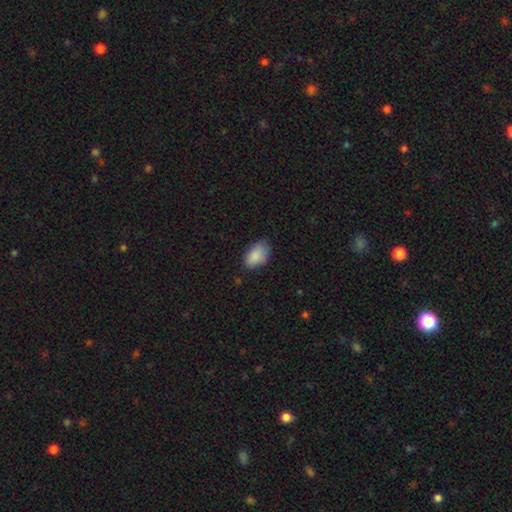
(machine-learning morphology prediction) A smooth galaxy with no disk features (87%) that is in between round and cigar-shaped (92%). Merging: none (68%).